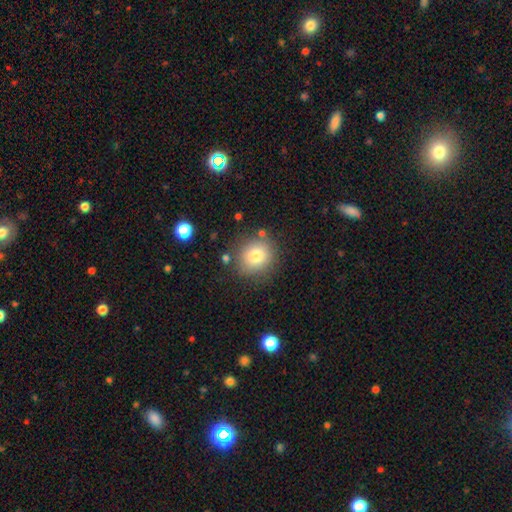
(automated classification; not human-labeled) A smooth galaxy with no disk features (80%) that is round (85%).

Vote fractions:
- Smooth or featured? smooth: 80% / star or artifact: 11% / featured or disk: 10%
- How rounded? round: 85% / in between: 14% / cigar-shaped: 1%
- Merging? none: 80% / minor disturbance: 12% / merger: 4% / major disturbance: 4%